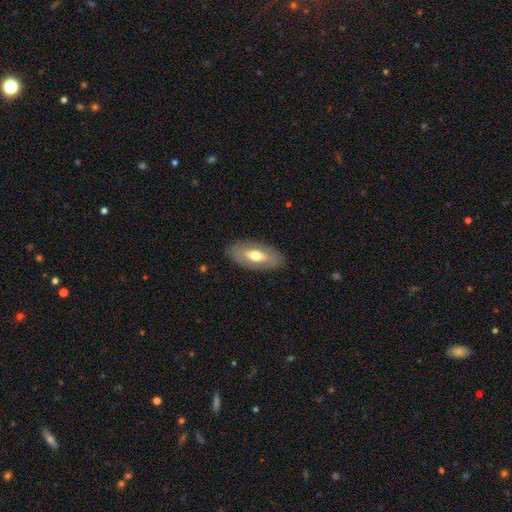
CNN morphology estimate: type=smooth (53%); roundness=in between (86%); merging=none (85%).